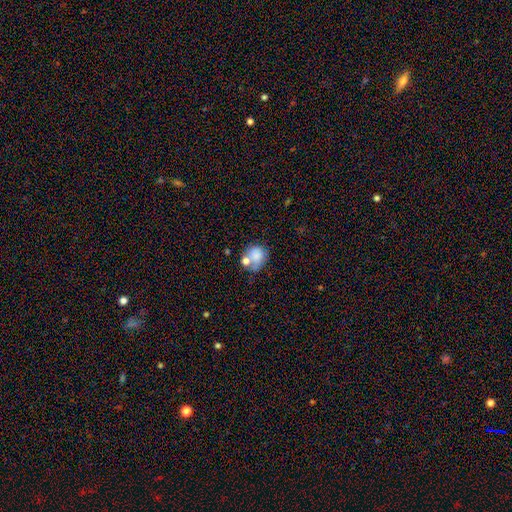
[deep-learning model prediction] Smooth or featured?
  - smooth: 74% *
  - featured or disk: 16%
  - star or artifact: 10%
How rounded?
  - round: 71% *
  - in between: 28%
  - cigar-shaped: 1%
Merging?
  - none: 39% *
  - merger: 32%
  - minor disturbance: 18%
  - major disturbance: 11%